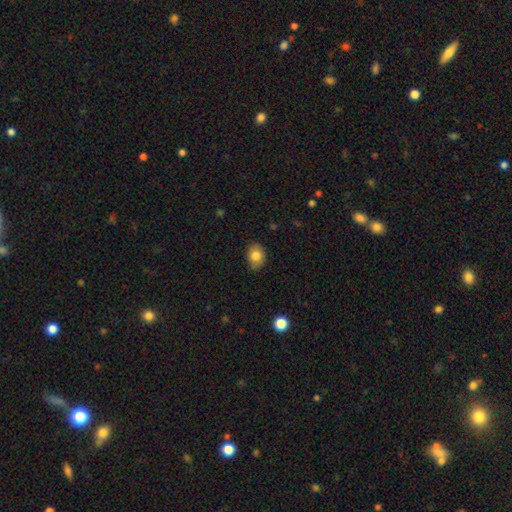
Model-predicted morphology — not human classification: smooth 82%, featured or disk 10%, star or artifact 9%. Down the decision tree: how rounded — in between (68%); merging — none (81%).